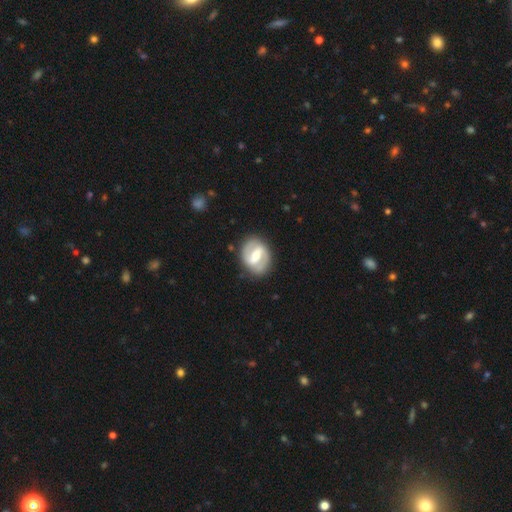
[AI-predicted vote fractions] Q: Smooth or featured?
A: featured or disk (76%); runner-up: smooth (19%)
Q: Edge-on disk?
A: no (96%); runner-up: yes (4%)
Q: Bar?
A: strong (59%); runner-up: weak (32%)
Q: Spiral arms?
A: yes (74%); runner-up: no (26%)
Q: Spiral winding?
A: medium (43%); runner-up: tight (35%)
Q: Spiral arm count?
A: 2 (87%); runner-up: can't tell (8%)
Q: Bulge size?
A: moderate (62%); runner-up: small (27%)
Q: Merging?
A: none (84%); runner-up: minor disturbance (11%)